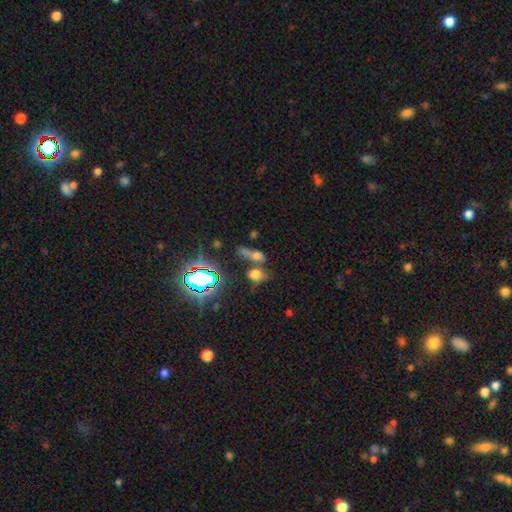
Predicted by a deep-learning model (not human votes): Morphology: type=smooth (56%); roundness=in between (54%); merging=merger (41%).